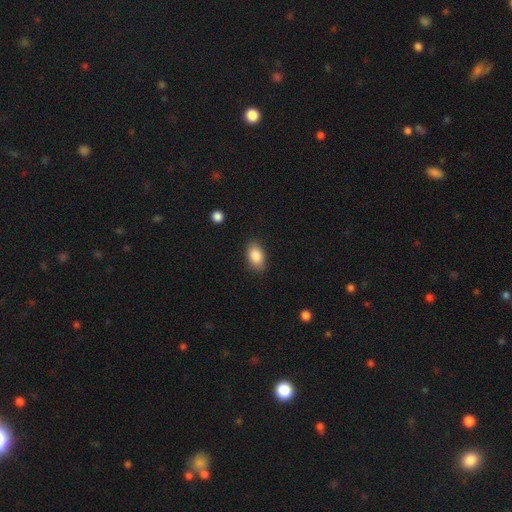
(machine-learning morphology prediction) Smooth or featured? Predicted: smooth (p=0.87). How rounded? Predicted: in between (p=0.89). Merging? Predicted: none (p=0.85).